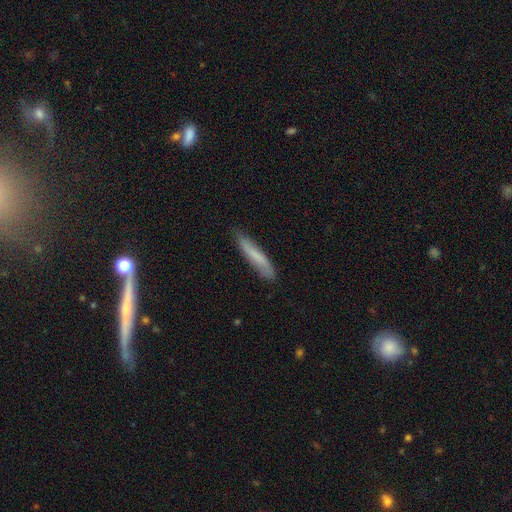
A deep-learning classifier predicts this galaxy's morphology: This appears to be a smooth galaxy with no disk features (66%) that is cigar-shaped (89%). Merging: none (78%).